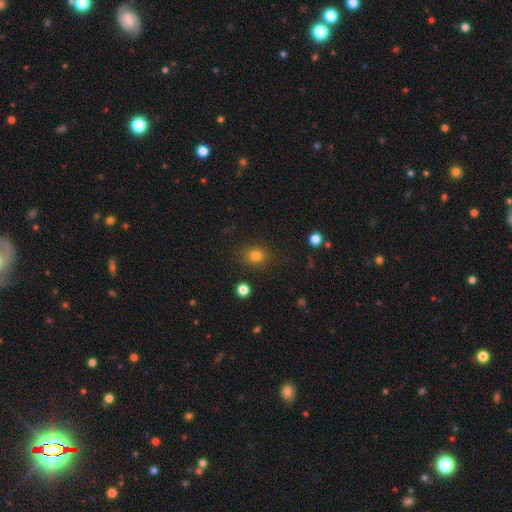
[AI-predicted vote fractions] smooth-or-featured: smooth: 80% | star or artifact: 13% | featured or disk: 6%
  how-rounded: round: 69% | in between: 30% | cigar-shaped: 1%
  merging: none: 85% | minor disturbance: 10% | major disturbance: 3% | merger: 2%